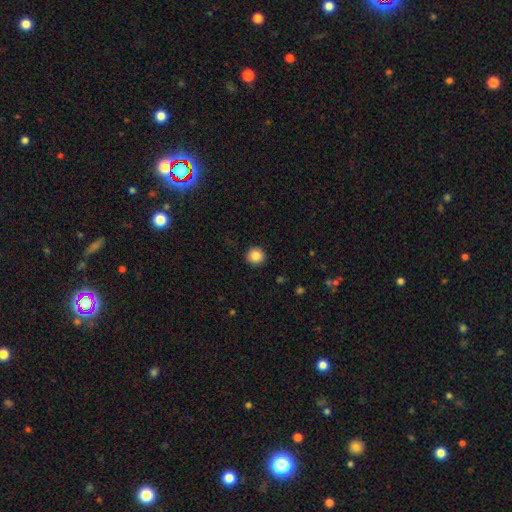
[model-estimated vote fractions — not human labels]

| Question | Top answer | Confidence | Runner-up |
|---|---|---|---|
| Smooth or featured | smooth | 86% | star or artifact (10%) |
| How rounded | round | 94% | in between (5%) |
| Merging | none | 92% | minor disturbance (5%) |